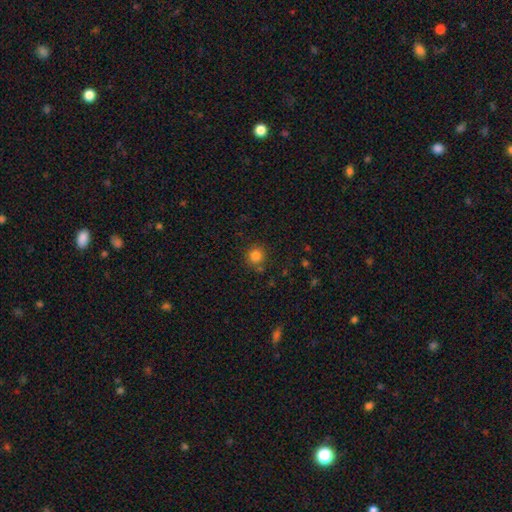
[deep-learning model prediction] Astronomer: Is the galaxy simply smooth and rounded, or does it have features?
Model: smooth — 82%.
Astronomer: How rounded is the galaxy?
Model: round — 92%.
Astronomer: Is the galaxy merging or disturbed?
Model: none — 80%.